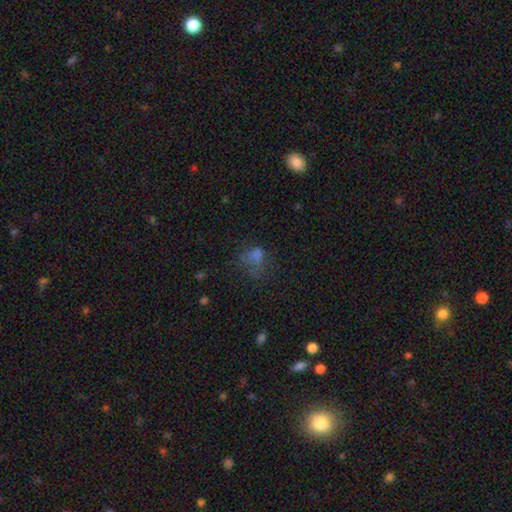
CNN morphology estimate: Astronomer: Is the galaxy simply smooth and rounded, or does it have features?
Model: smooth — 57%.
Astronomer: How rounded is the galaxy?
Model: in between — 53% (runner-up: round, 45%).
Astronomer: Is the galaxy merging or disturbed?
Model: none — 38% (runner-up: major disturbance, 34%).